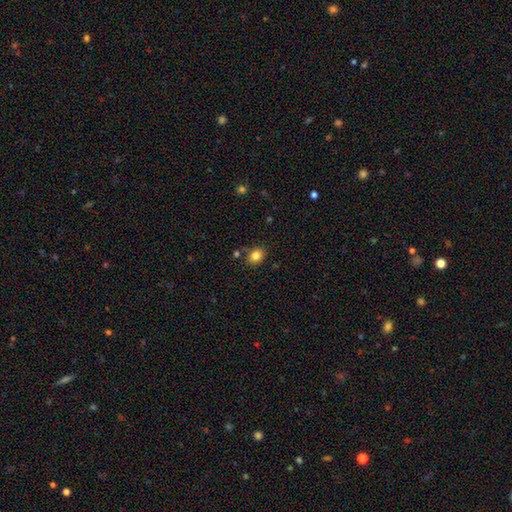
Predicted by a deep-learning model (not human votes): Smooth or featured? smooth (83%)
How rounded? round (56%)
Merging? none (80%)